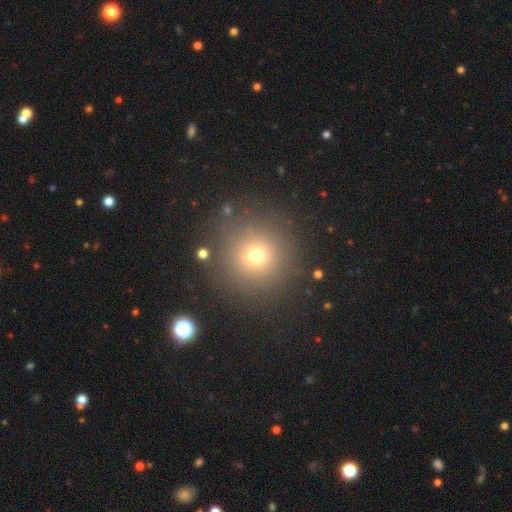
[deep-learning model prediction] Smooth or featured? smooth (70%)
How rounded? round (95%)
Merging? none (85%)